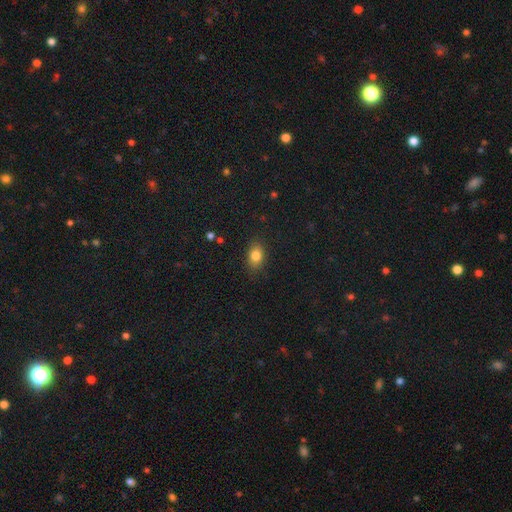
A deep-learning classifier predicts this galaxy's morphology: Smooth or featured: smooth — 82% (star or artifact — 10%)
How rounded: in between — 77% (round — 21%)
Merging: none — 86% (minor disturbance — 11%)